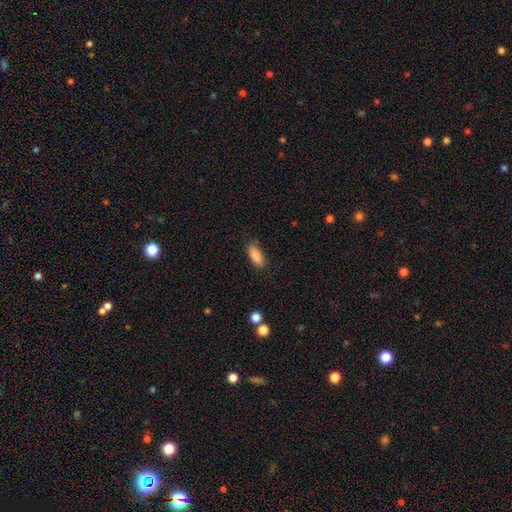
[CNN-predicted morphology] This appears to be a smooth galaxy with no disk features (87%) that is in between round and cigar-shaped (79%). Merging: none (82%).